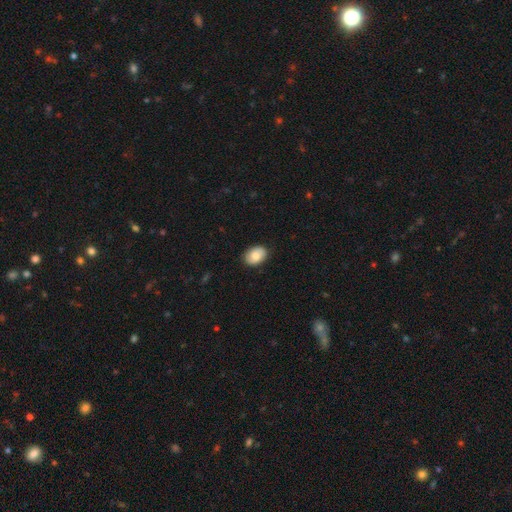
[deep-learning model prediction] Morphology: type=smooth (80%); roundness=in between (78%); merging=none (86%).